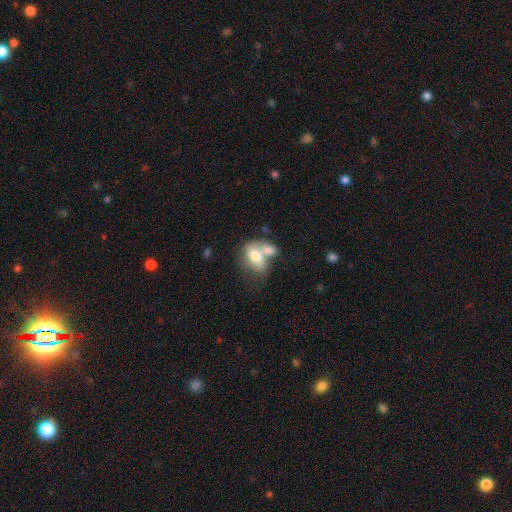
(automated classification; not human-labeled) smooth-or-featured: smooth: 72% | featured or disk: 21% | star or artifact: 7%
  how-rounded: in between: 84% | round: 14% | cigar-shaped: 2%
  merging: merger: 63% | none: 19% | minor disturbance: 10% | major disturbance: 8%